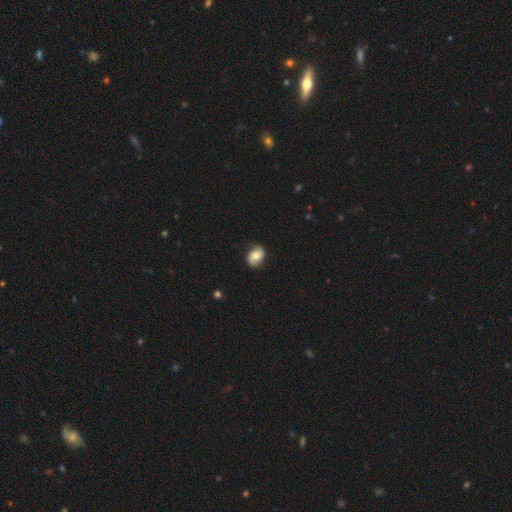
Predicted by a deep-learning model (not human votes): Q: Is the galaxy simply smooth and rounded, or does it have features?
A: smooth — 50%.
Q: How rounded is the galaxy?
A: in between — 69%.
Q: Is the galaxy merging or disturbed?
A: none — 82%.